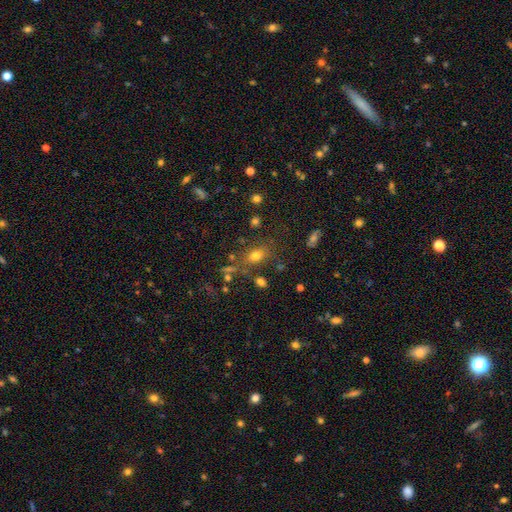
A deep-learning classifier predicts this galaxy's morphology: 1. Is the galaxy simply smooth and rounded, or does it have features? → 72% smooth, 16% star or artifact, 11% featured or disk.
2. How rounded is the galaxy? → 78% in between, 18% round, 4% cigar-shaped.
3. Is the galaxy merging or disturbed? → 69% none, 15% minor disturbance, 9% merger, 7% major disturbance.